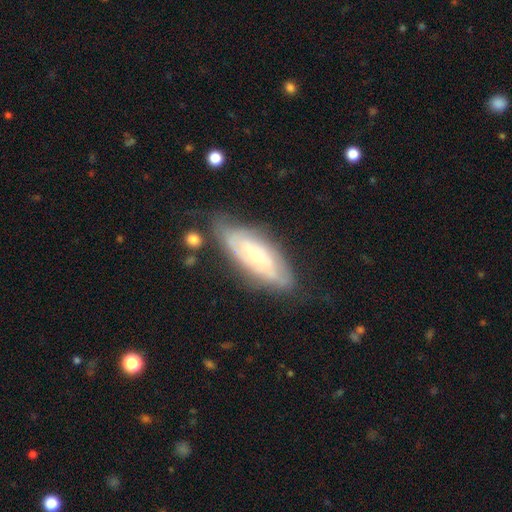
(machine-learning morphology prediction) featured or disk 63%, smooth 30%, star or artifact 7%. Down the decision tree: edge-on disk — no (81%); bar — no (64%); spiral arms — yes (80%); bulge size — small (63%); merging — none (66%).